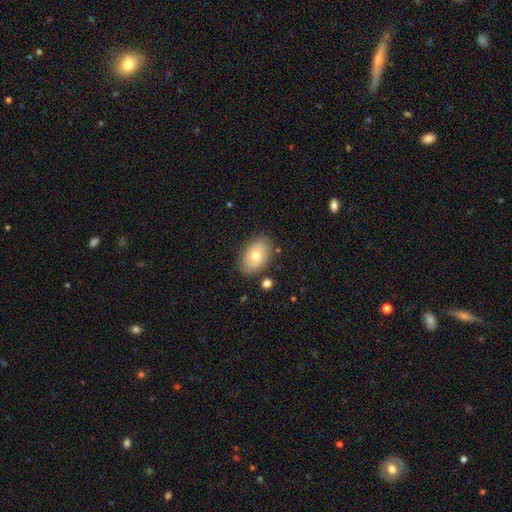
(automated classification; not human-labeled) smooth_or_featured: smooth (p=0.73) [alt: featured or disk p=0.20]
how_rounded: in between (p=0.89) [alt: round p=0.10]
merging: none (p=0.83) [alt: minor disturbance p=0.12]